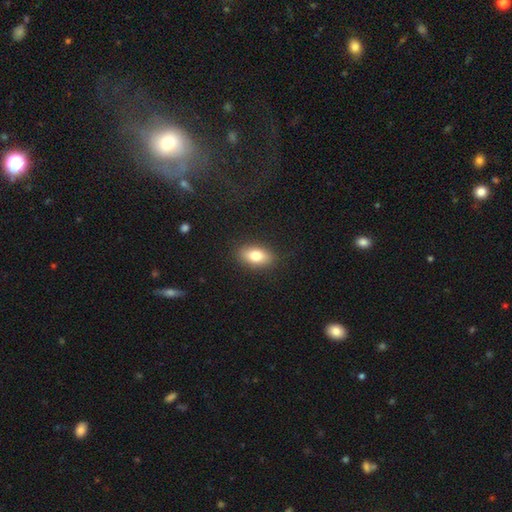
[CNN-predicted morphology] type=smooth (78%); roundness=in between (87%); merging=none (87%).